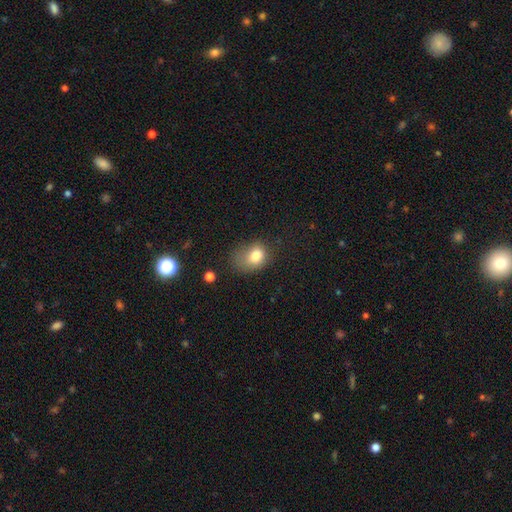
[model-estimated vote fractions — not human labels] smooth-or-featured: smooth: 80% | star or artifact: 10% | featured or disk: 10%
  how-rounded: in between: 64% | round: 35% | cigar-shaped: 1%
  merging: minor disturbance: 36% | none: 33% | major disturbance: 28% | merger: 4%